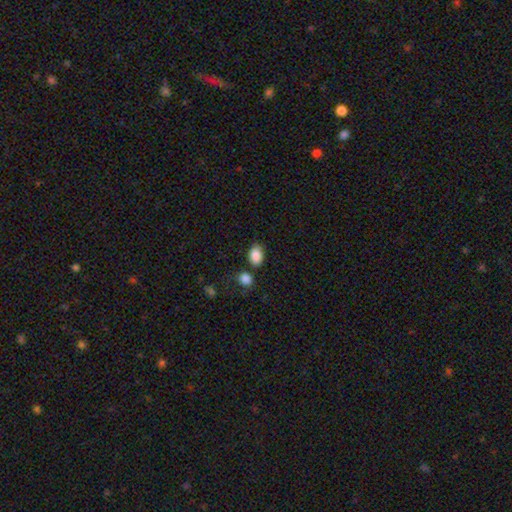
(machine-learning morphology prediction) A smooth galaxy with no disk features (88%) that is in between round and cigar-shaped (80%).

Vote fractions:
- Smooth or featured? smooth: 88% / star or artifact: 8% / featured or disk: 4%
- How rounded? in between: 80% / round: 19% / cigar-shaped: 1%
- Merging? none: 69% / minor disturbance: 15% / merger: 11% / major disturbance: 4%